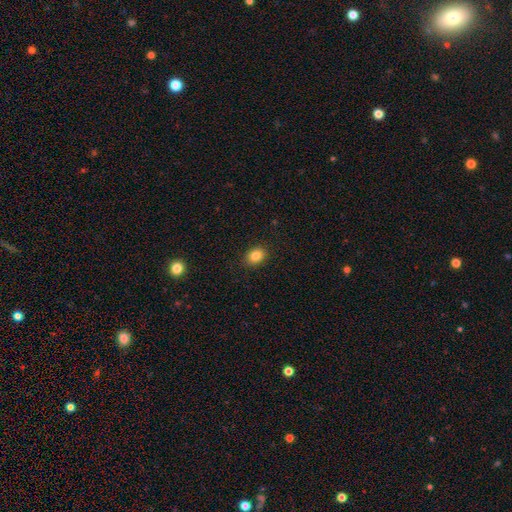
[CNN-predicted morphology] Smooth or featured?
  - smooth: 84% *
  - star or artifact: 10%
  - featured or disk: 6%
How rounded?
  - in between: 63% *
  - round: 36%
  - cigar-shaped: 1%
Merging?
  - none: 88% *
  - minor disturbance: 9%
  - major disturbance: 2%
  - merger: 1%